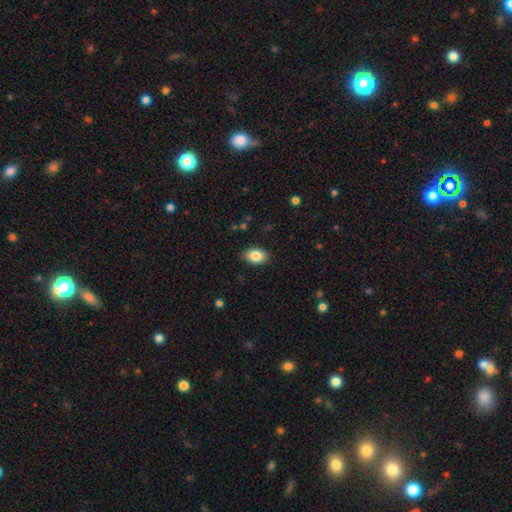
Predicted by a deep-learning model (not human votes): The model was most divided on "smooth or featured": smooth: 85%, featured or disk: 8%, star or artifact: 7%. More confident: how rounded — in between (88%); merging — none (88%).